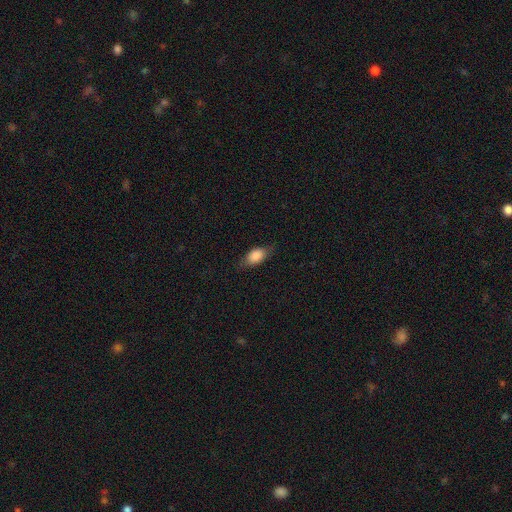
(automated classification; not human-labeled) This is clearly a smooth galaxy (81%). How rounded: clearly in between (84%). Merging: likely none (73%).